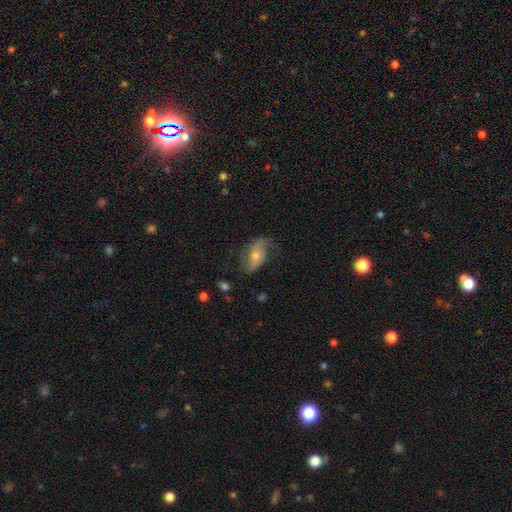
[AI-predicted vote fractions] This appears to be a featured or disk galaxy (68%) with no bar (56%), 2 (83%) loose (61%) spiral arms (88%) and a moderate central bulge (56%). Merging: none (58%).